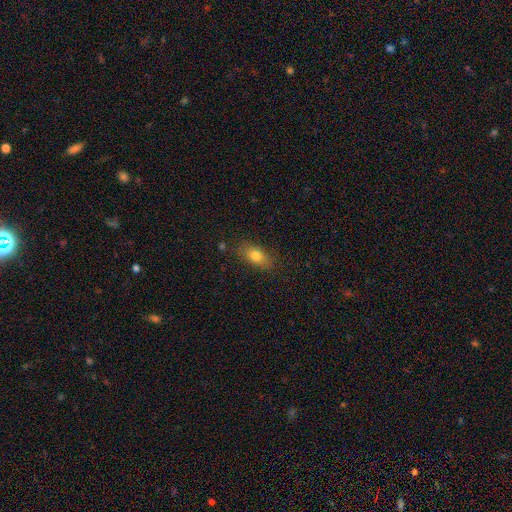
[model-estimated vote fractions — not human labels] Smooth or featured: smooth — 78% (featured or disk — 13%)
How rounded: in between — 84% (round — 9%)
Merging: none — 82% (minor disturbance — 13%)